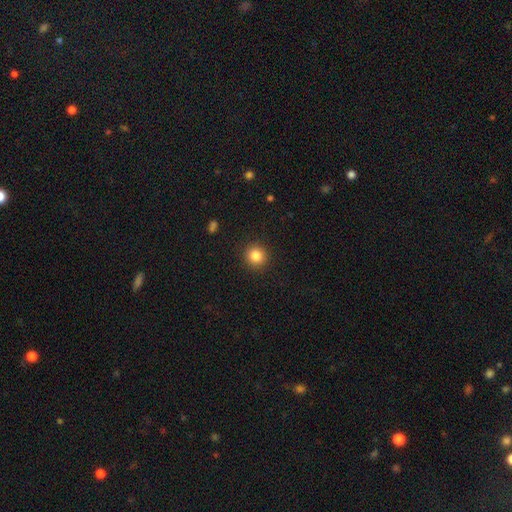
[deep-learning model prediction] Smooth or featured?
  - smooth: 84% *
  - star or artifact: 11%
  - featured or disk: 5%
How rounded?
  - round: 92% *
  - in between: 7%
  - cigar-shaped: 1%
Merging?
  - none: 91% *
  - minor disturbance: 5%
  - major disturbance: 2%
  - merger: 1%